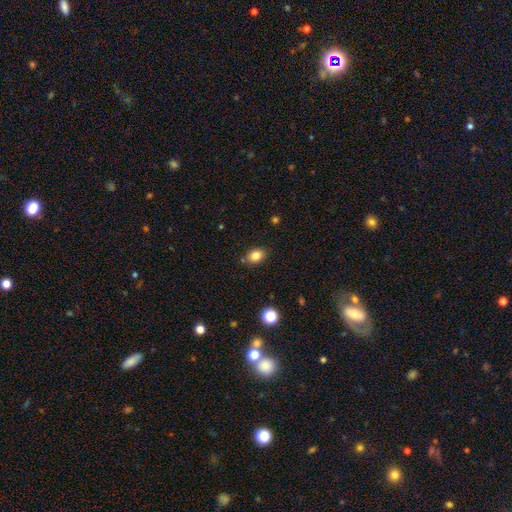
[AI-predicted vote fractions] This appears to be a smooth galaxy with no disk features (84%) that is in between round and cigar-shaped (71%). Merging: none (81%).